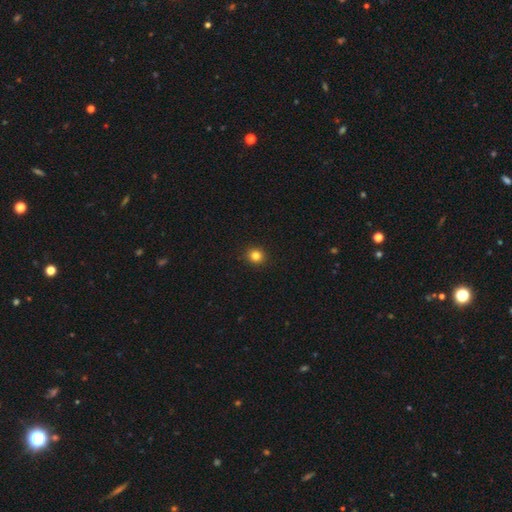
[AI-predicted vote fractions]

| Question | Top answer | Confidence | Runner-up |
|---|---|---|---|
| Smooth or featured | smooth | 82% | star or artifact (13%) |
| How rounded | round | 89% | in between (10%) |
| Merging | none | 93% | minor disturbance (5%) |